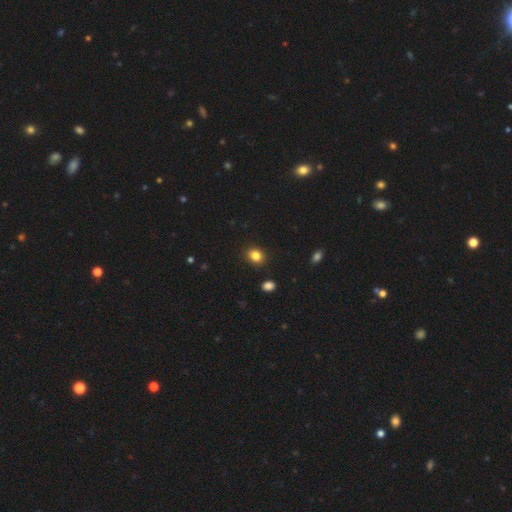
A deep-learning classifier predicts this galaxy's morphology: Smooth or featured: smooth — 84% (star or artifact — 11%)
How rounded: round — 59% (in between — 40%)
Merging: none — 89% (minor disturbance — 7%)